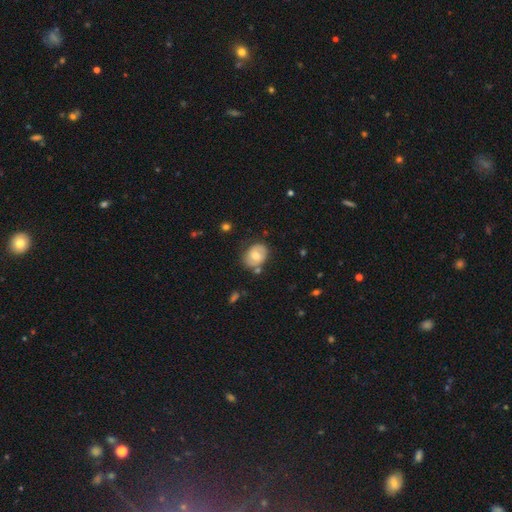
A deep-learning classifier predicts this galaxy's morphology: Smooth or featured?
  - smooth: 61% *
  - featured or disk: 32%
  - star or artifact: 8%
How rounded?
  - in between: 58% *
  - round: 41%
  - cigar-shaped: 1%
Merging?
  - none: 70% *
  - minor disturbance: 19%
  - merger: 5%
  - major disturbance: 5%